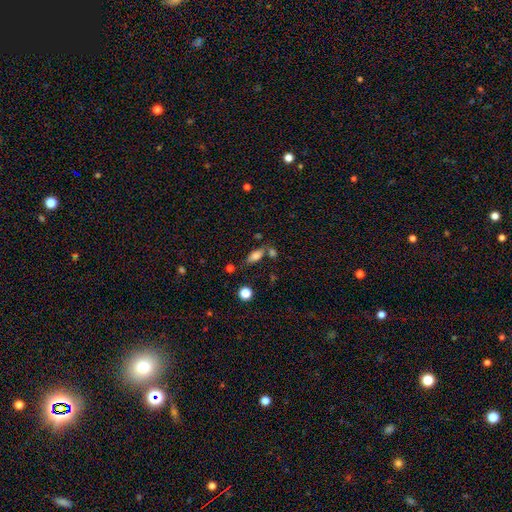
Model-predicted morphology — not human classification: type=smooth (78%); roundness=in between (83%); merging=none (65%).